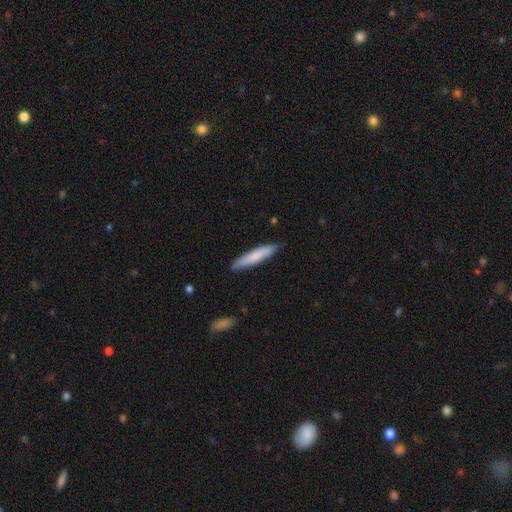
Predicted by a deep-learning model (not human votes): This appears to be a smooth galaxy with no disk features (77%) that is cigar-shaped (89%). Merging: none (87%).